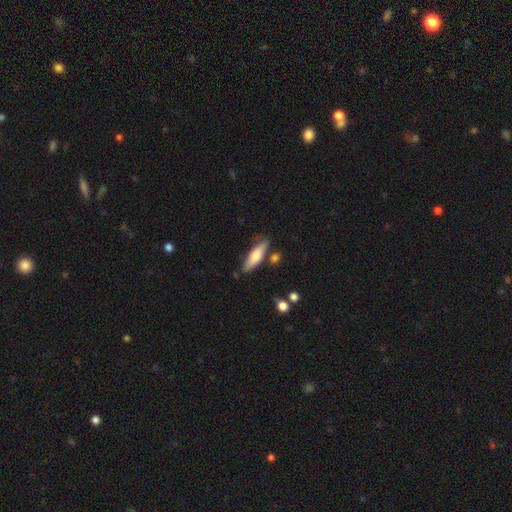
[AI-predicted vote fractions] This appears to be a smooth galaxy with no disk features (63%) that is cigar-shaped (57%). Merging: none (74%).